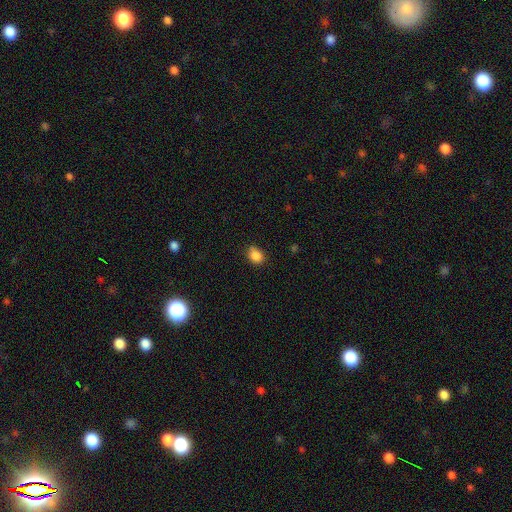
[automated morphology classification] A smooth galaxy with no disk features (85%) that is in between round and cigar-shaped (55%).

Vote fractions:
- Smooth or featured? smooth: 85% / star or artifact: 10% / featured or disk: 4%
- How rounded? in between: 55% / round: 44% / cigar-shaped: 1%
- Merging? none: 75% / minor disturbance: 20% / major disturbance: 3% / merger: 2%